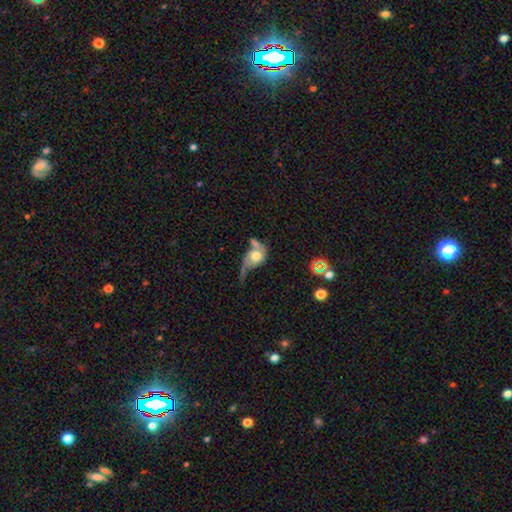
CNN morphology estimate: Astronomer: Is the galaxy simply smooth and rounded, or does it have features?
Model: featured or disk — 51% (runner-up: smooth, 41%).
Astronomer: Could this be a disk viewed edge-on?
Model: no — 93%.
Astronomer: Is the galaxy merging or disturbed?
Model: major disturbance — 34% (runner-up: merger, 29%).